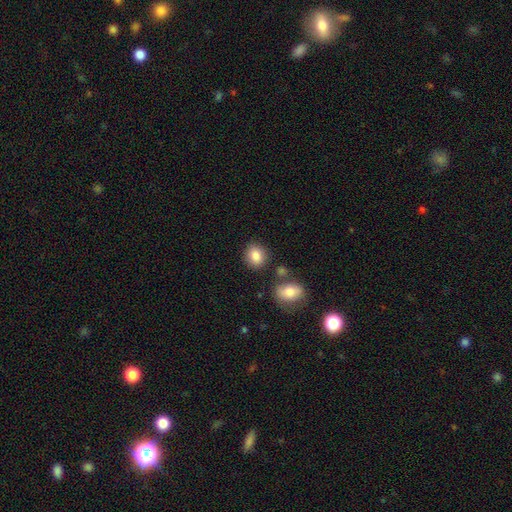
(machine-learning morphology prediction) Smooth or featured? Predicted: smooth (p=0.85). How rounded? Predicted: round (p=0.66). Merging? Predicted: none (p=0.81).